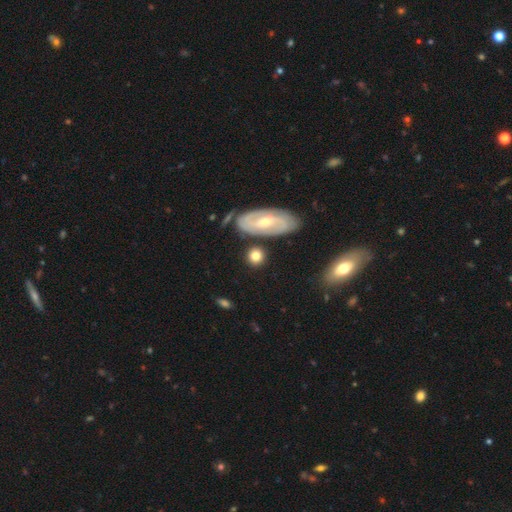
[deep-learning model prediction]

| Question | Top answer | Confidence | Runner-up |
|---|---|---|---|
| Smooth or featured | smooth | 73% | featured or disk (20%) |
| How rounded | round | 80% | in between (17%) |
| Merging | none | 77% | minor disturbance (12%) |